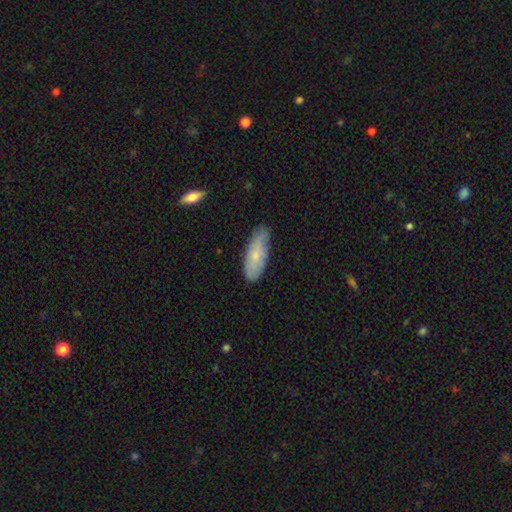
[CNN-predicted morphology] Q: Smooth or featured?
A: smooth (72%); runner-up: featured or disk (22%)
Q: How rounded?
A: in between (69%); runner-up: cigar-shaped (29%)
Q: Merging?
A: none (70%); runner-up: minor disturbance (25%)